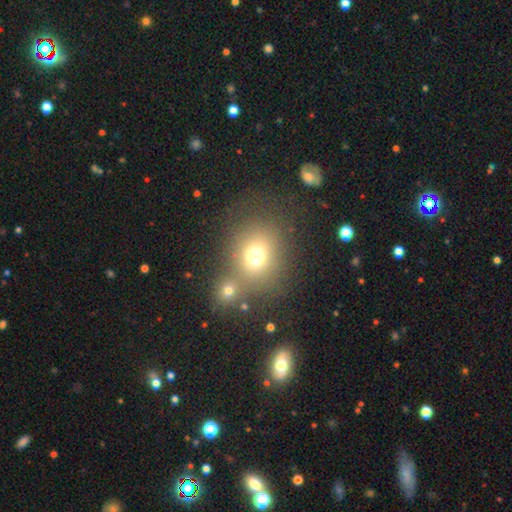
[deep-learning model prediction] smooth_or_featured: smooth (p=0.70) [alt: star or artifact p=0.17]
how_rounded: round (p=0.67) [alt: in between p=0.32]
merging: none (p=0.44) [alt: merger p=0.41]